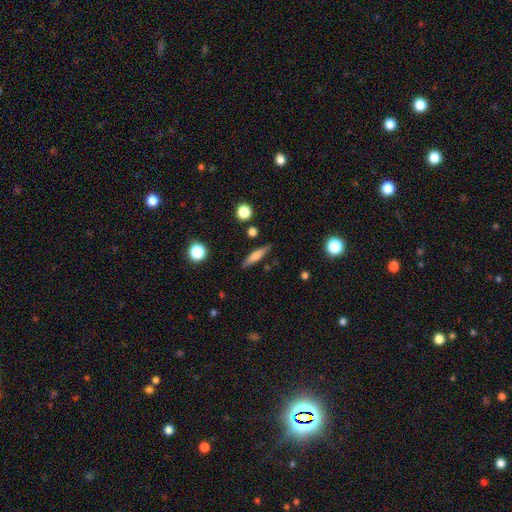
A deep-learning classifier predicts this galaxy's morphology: Q: Smooth or featured?
A: smooth (62%); runner-up: featured or disk (29%)
Q: How rounded?
A: cigar-shaped (77%); runner-up: in between (19%)
Q: Merging?
A: none (83%); runner-up: minor disturbance (11%)